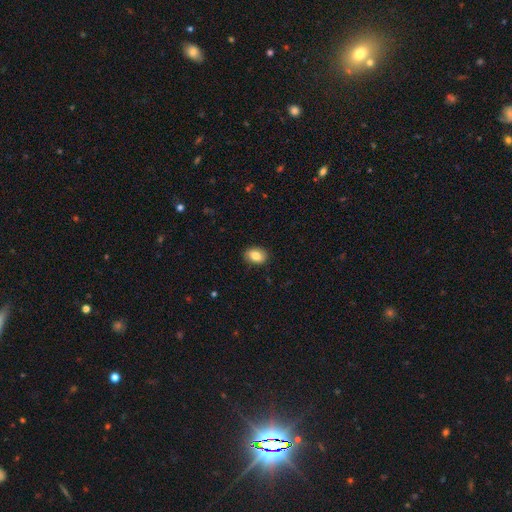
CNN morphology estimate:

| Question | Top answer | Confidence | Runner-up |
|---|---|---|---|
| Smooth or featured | smooth | 84% | star or artifact (8%) |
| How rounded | in between | 75% | round (23%) |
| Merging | none | 88% | minor disturbance (9%) |